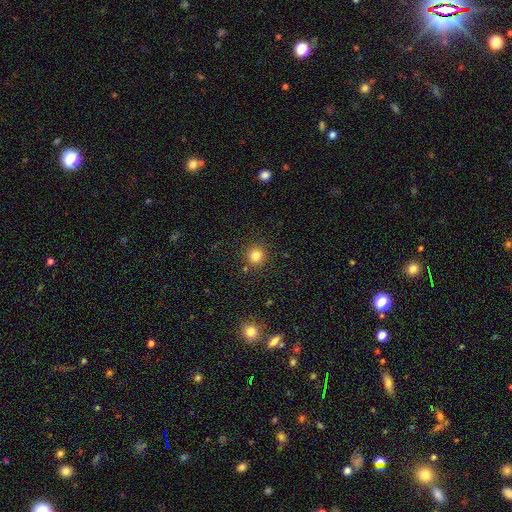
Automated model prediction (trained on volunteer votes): Q: Smooth or featured?
A: smooth (82%); runner-up: star or artifact (13%)
Q: How rounded?
A: round (92%); runner-up: in between (7%)
Q: Merging?
A: none (87%); runner-up: minor disturbance (7%)